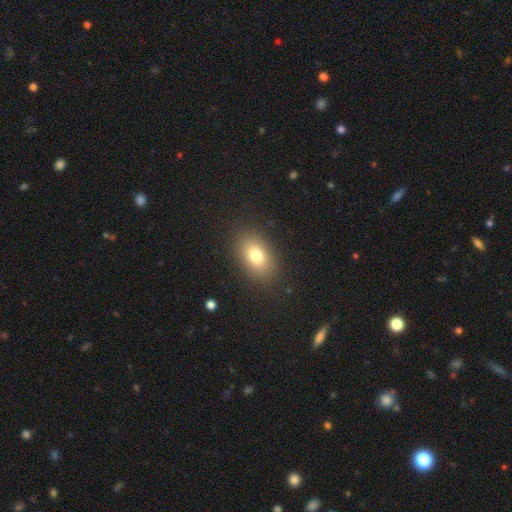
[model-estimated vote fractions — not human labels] Smooth or featured?
  - smooth: 79% *
  - featured or disk: 12%
  - star or artifact: 10%
How rounded?
  - in between: 86% *
  - round: 13%
  - cigar-shaped: 2%
Merging?
  - none: 86% *
  - minor disturbance: 9%
  - major disturbance: 4%
  - merger: 1%